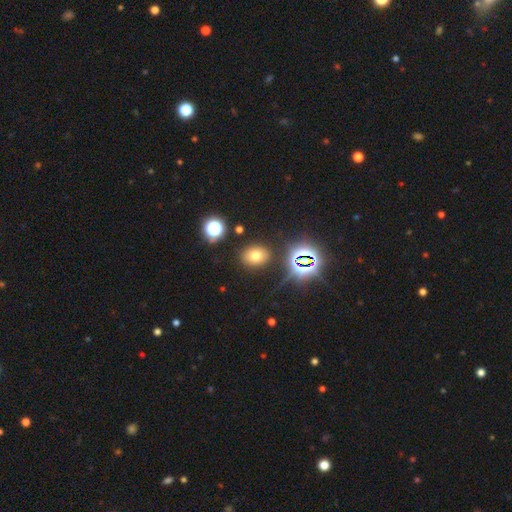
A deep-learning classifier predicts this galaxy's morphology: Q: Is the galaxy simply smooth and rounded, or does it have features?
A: smooth — 67%.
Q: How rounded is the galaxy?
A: in between — 54%.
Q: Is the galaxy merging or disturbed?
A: none — 85%.